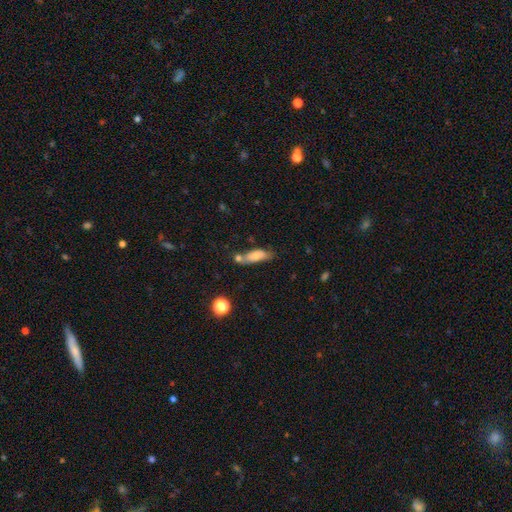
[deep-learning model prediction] smooth-or-featured: smooth: 75% | featured or disk: 16% | star or artifact: 9%
  how-rounded: in between: 62% | cigar-shaped: 35% | round: 3%
  merging: none: 46% | merger: 24% | minor disturbance: 22% | major disturbance: 8%